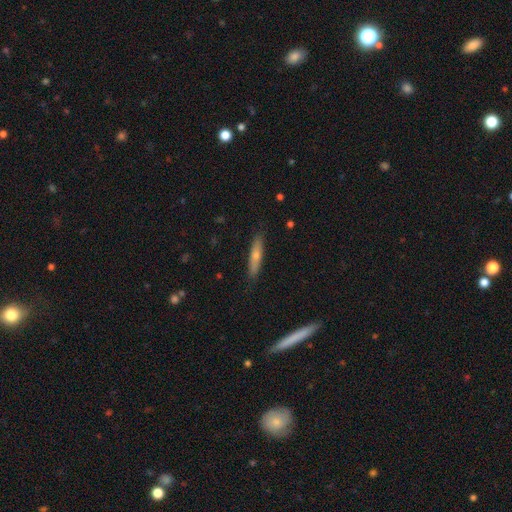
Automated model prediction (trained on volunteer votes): smooth-or-featured: smooth: 62% | featured or disk: 32% | star or artifact: 6%
  how-rounded: cigar-shaped: 84% | in between: 14% | round: 2%
  merging: none: 86% | minor disturbance: 11% | major disturbance: 2% | merger: 1%